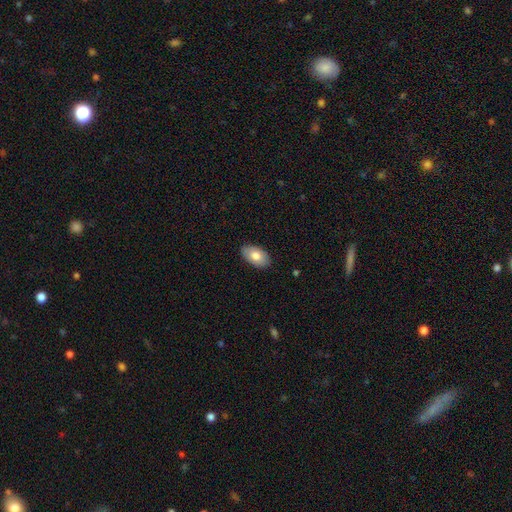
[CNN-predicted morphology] Overall: smooth (79%). How rounded: in between (95%). Merging: none (86%).